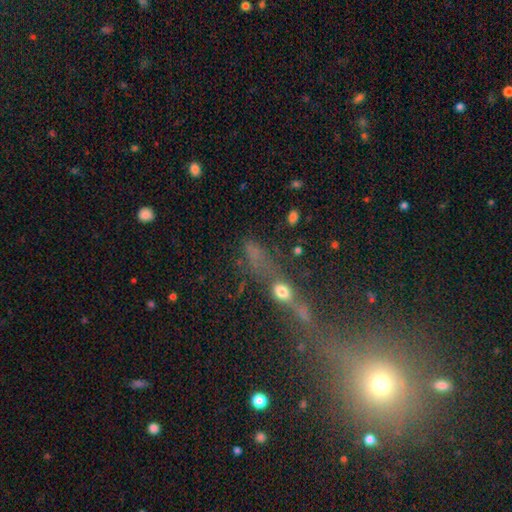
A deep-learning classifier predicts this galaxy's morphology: smooth-or-featured: smooth: 38% | star or artifact: 37% | featured or disk: 26%
  merging: none: 41% | merger: 23% | major disturbance: 20% | minor disturbance: 16%